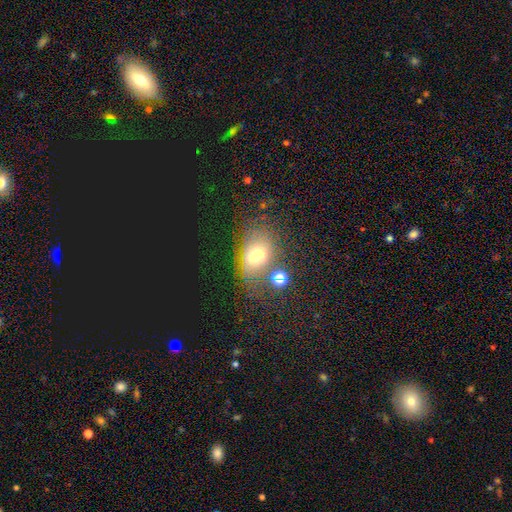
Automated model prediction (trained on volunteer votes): Smooth or featured? smooth (47%)
Merging? none (50%)